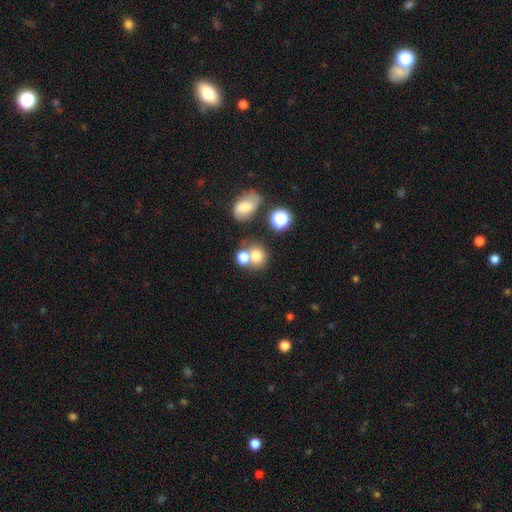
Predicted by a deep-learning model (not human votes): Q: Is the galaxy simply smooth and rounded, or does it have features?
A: smooth — 72%.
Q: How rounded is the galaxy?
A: round — 74%.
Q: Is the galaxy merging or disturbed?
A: none — 48%.